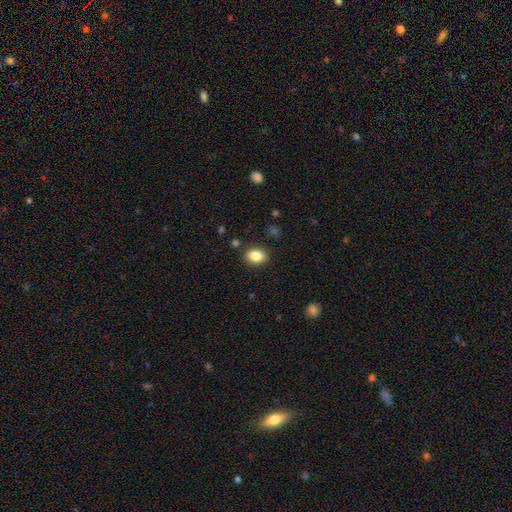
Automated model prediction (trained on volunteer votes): Smooth or featured?
  - smooth: 84% *
  - star or artifact: 9%
  - featured or disk: 7%
How rounded?
  - in between: 69% *
  - round: 30%
  - cigar-shaped: 1%
Merging?
  - none: 87% *
  - minor disturbance: 9%
  - major disturbance: 2%
  - merger: 2%